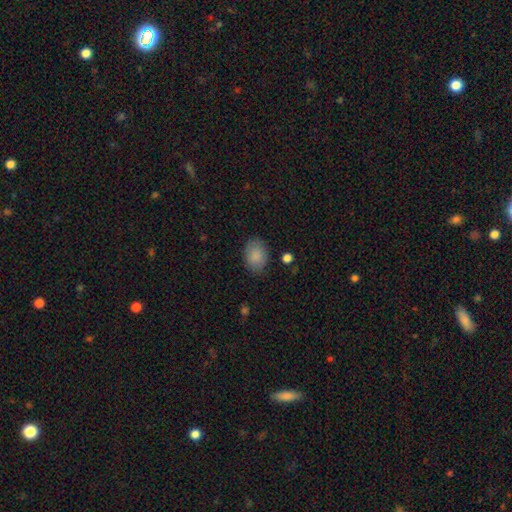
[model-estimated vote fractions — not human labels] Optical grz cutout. It shows a smooth galaxy with no disk features (87%) that is in between round and cigar-shaped (77%). Merging: none (83%).